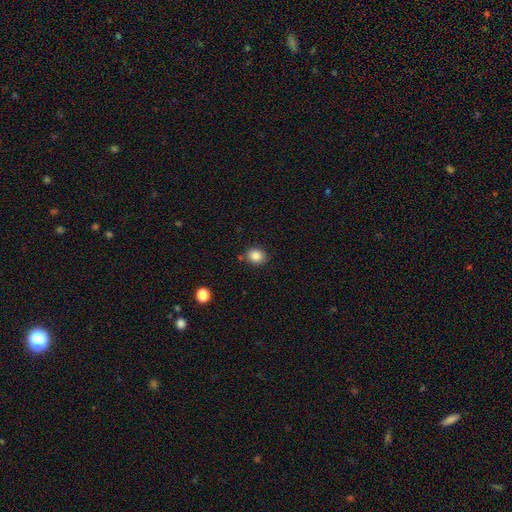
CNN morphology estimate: smooth-or-featured: smooth: 86% | star or artifact: 10% | featured or disk: 5%
  how-rounded: round: 59% | in between: 41% | cigar-shaped: 1%
  merging: none: 80% | minor disturbance: 13% | merger: 5% | major disturbance: 3%